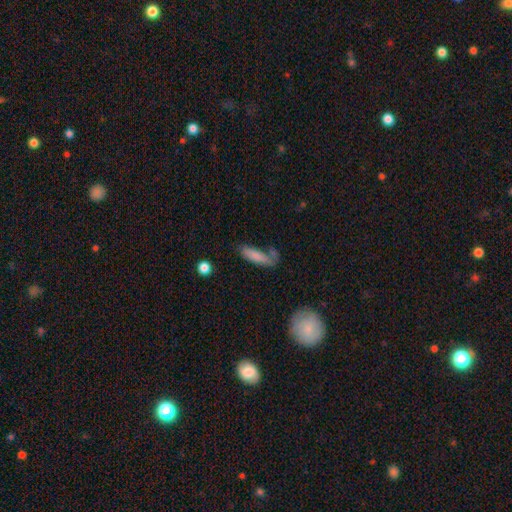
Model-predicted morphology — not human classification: type=smooth (79%); roundness=cigar-shaped (55%); merging=none (50%).